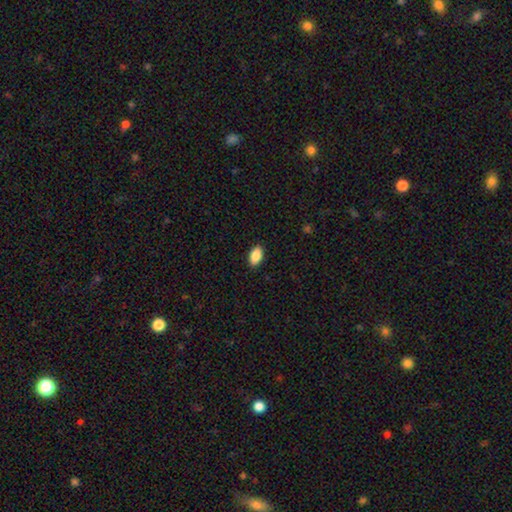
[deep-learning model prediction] smooth-or-featured: smooth: 89% | star or artifact: 7% | featured or disk: 4%
  how-rounded: in between: 94% | round: 4% | cigar-shaped: 3%
  merging: none: 90% | minor disturbance: 8% | major disturbance: 2% | merger: 1%